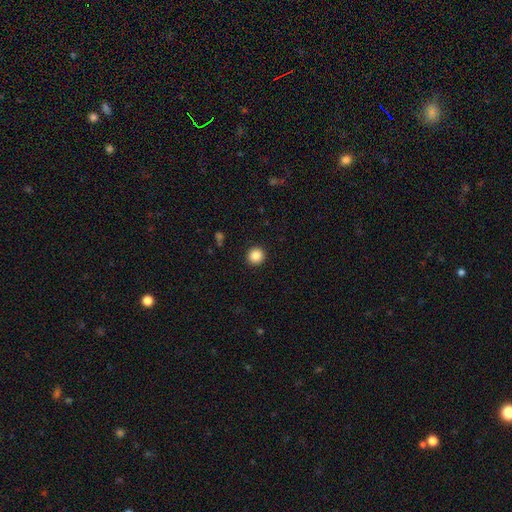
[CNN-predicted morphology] Smooth or featured? smooth (87%)
How rounded? round (95%)
Merging? none (93%)